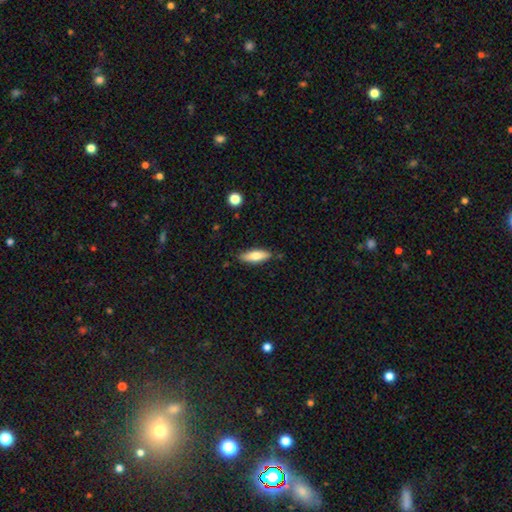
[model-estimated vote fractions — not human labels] Smooth or featured?
  - smooth: 74% *
  - featured or disk: 20%
  - star or artifact: 6%
How rounded?
  - in between: 53% *
  - cigar-shaped: 45%
  - round: 2%
Merging?
  - none: 84% *
  - minor disturbance: 12%
  - major disturbance: 2%
  - merger: 2%